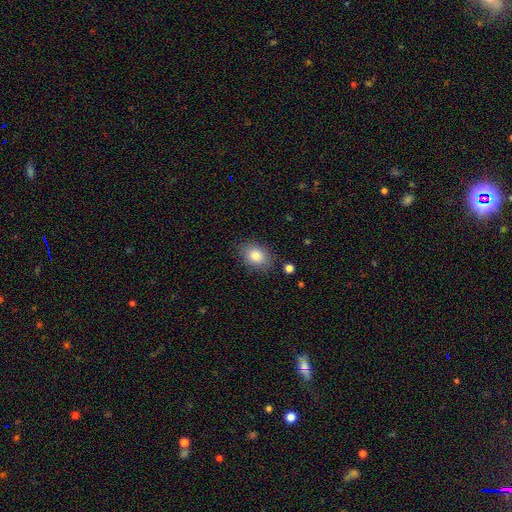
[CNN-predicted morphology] Overall: smooth (84%). How rounded: in between (69%). Merging: none (81%).